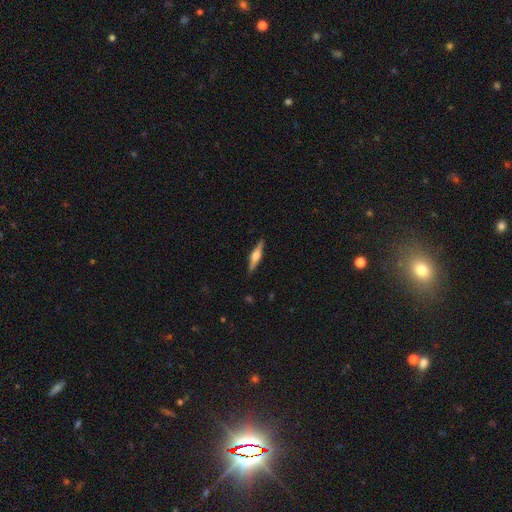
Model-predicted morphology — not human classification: Q: Smooth or featured?
A: featured or disk (64%); runner-up: smooth (30%)
Q: Edge-on disk?
A: yes (97%); runner-up: no (3%)
Q: Edge-on bulge?
A: rounded (83%); runner-up: boxy (14%)
Q: Merging?
A: none (89%); runner-up: minor disturbance (8%)